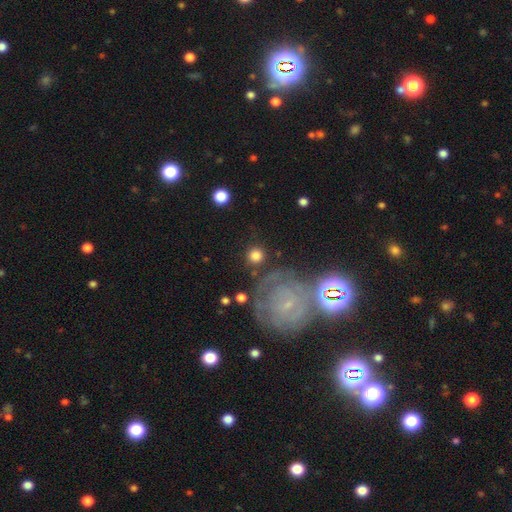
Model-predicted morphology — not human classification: smooth 78%, featured or disk 12%, star or artifact 10%. Down the decision tree: how rounded — round (94%); merging — none (83%).